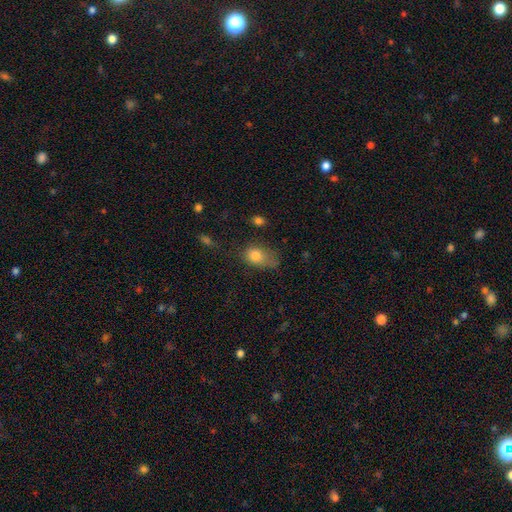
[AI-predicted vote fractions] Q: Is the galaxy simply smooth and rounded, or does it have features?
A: smooth — 79%.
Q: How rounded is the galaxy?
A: in between — 71%.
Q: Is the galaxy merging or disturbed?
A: minor disturbance — 37%.